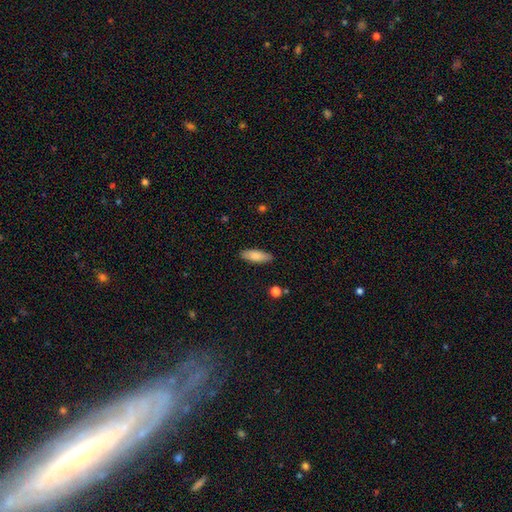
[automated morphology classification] This is clearly a smooth galaxy (83%). How rounded: likely in between (65%). Merging: clearly none (87%).